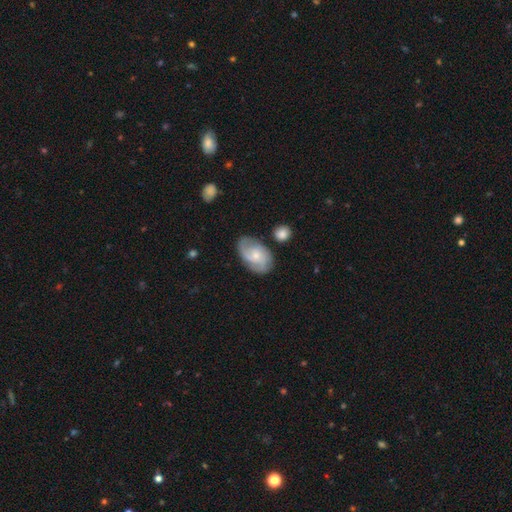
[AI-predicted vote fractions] The model was most divided on "spiral winding": medium: 46%, tight: 35%, loose: 20%. More confident: edge-on disk — no (96%); spiral arms — yes (90%); merging — none (70%); bar — no (66%); bulge size — small (65%); smooth or featured — featured or disk (65%); spiral arm count — 2 (54%).